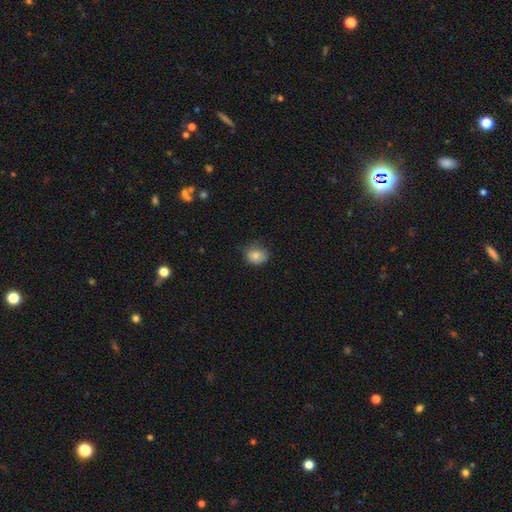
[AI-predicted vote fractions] Smooth or featured: smooth — 81% (star or artifact — 9%)
How rounded: round — 57% (in between — 42%)
Merging: none — 64% (minor disturbance — 28%)